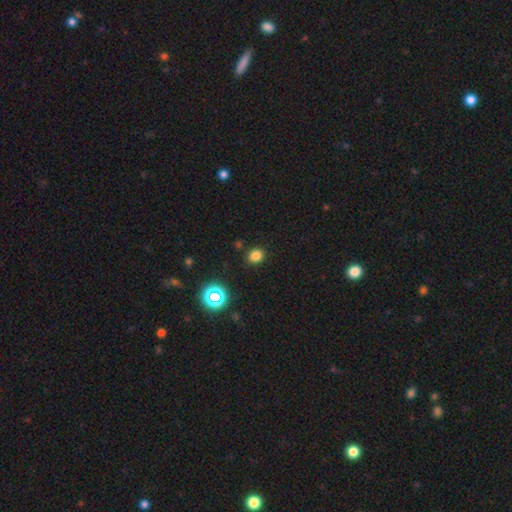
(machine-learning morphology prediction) Q: Smooth or featured?
A: smooth (78%); runner-up: star or artifact (17%)
Q: How rounded?
A: round (75%); runner-up: in between (24%)
Q: Merging?
A: none (88%); runner-up: minor disturbance (7%)